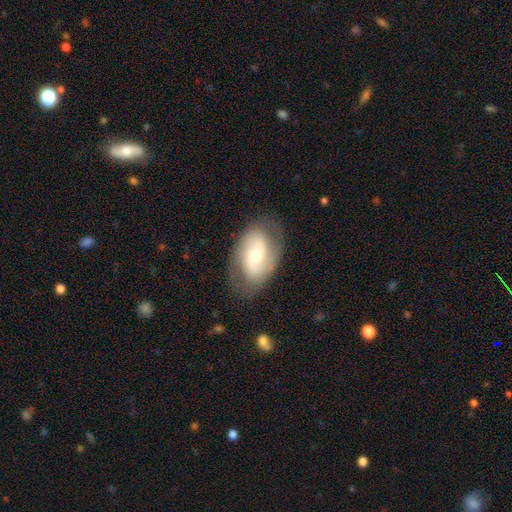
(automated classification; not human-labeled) A featured or disk galaxy (69%) with no bar (51%), 2 (80%) medium (46%) spiral arms (89%) and a moderate central bulge (53%).

Vote fractions:
- Smooth or featured? featured or disk: 69% / smooth: 25% / star or artifact: 6%
- Edge-on disk? no: 96% / yes: 4%
- Bar? no: 51% / weak: 39% / strong: 10%
- Spiral arms? yes: 89% / no: 11%
- Spiral winding? medium: 46% / tight: 28% / loose: 26%
- Spiral arm count? 2: 80% / can't tell: 11% / 3: 3% / 1: 3% / 4: 1% / more than 4: 1%
- Bulge size? moderate: 53% / small: 38% / large: 6% / none: 1% / dominant: 1%
- Merging? none: 76% / minor disturbance: 17% / major disturbance: 7% / merger: 1%